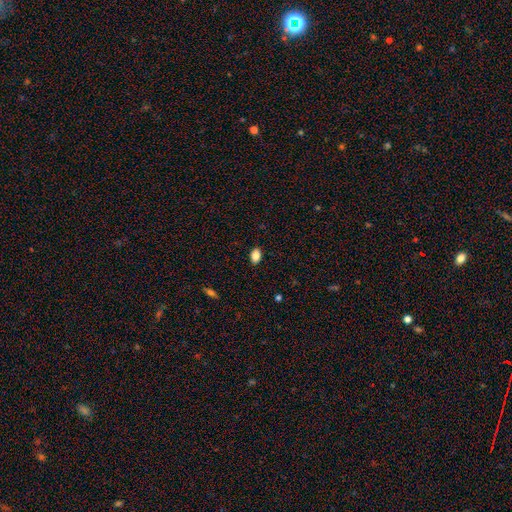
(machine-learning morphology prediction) Smooth or featured? Predicted: smooth (p=0.87). How rounded? Predicted: in between (p=0.88). Merging? Predicted: none (p=0.88).